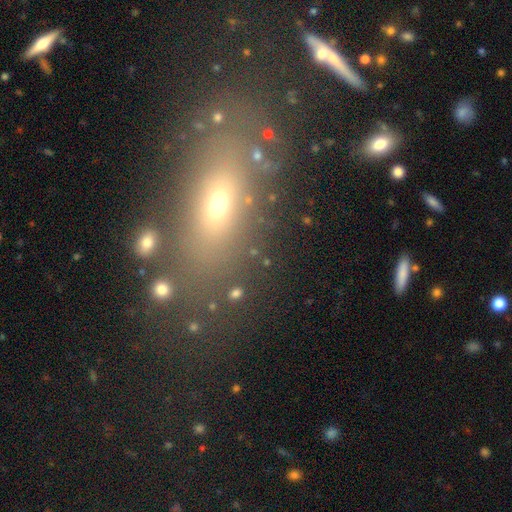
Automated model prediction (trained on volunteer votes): Morphology: type=smooth (56%); roundness=in between (70%); merging=none (77%).